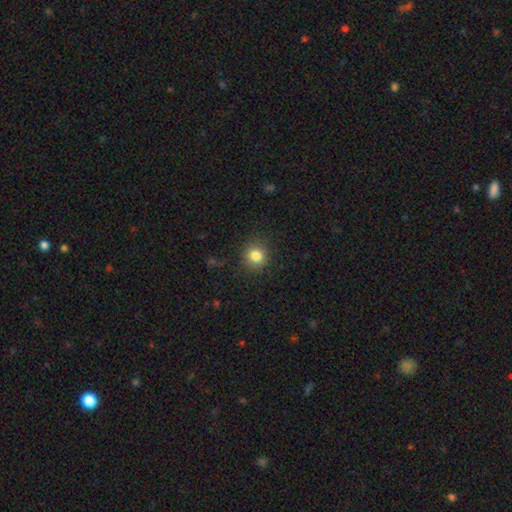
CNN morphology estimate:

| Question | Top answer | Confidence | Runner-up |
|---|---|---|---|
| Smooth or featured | smooth | 84% | star or artifact (11%) |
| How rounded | round | 88% | in between (11%) |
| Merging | none | 88% | minor disturbance (8%) |